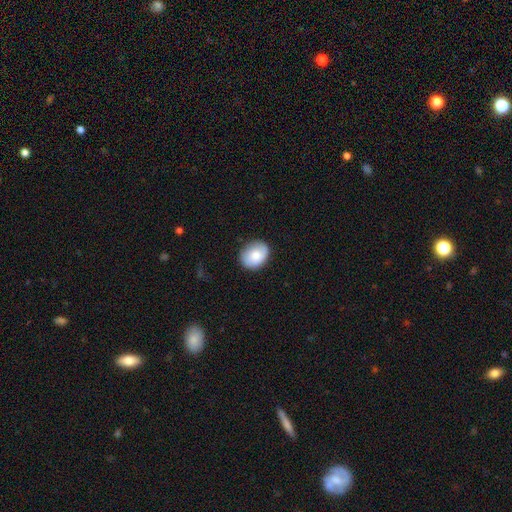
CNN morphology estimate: Q: Smooth or featured?
A: smooth (76%); runner-up: featured or disk (17%)
Q: How rounded?
A: in between (52%); runner-up: round (47%)
Q: Merging?
A: none (78%); runner-up: minor disturbance (17%)